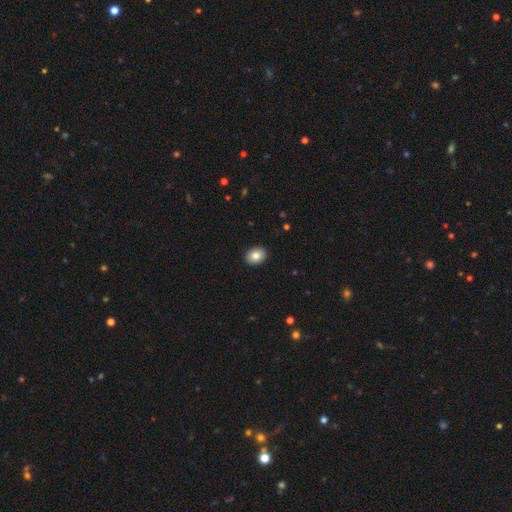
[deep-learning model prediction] Smooth or featured? smooth (83%)
How rounded? in between (55%)
Merging? none (92%)